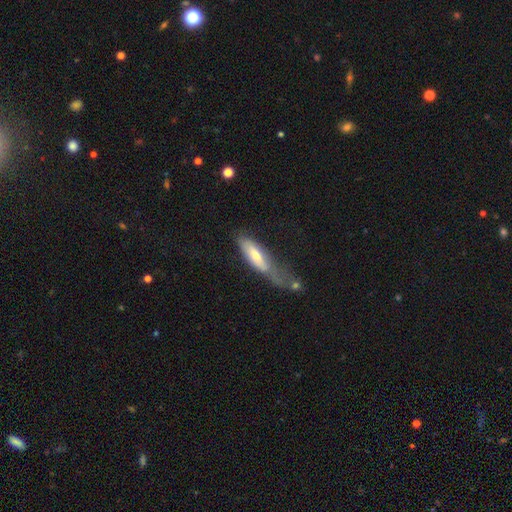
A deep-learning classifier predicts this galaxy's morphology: smooth_or_featured: smooth (p=0.53) [alt: featured or disk p=0.39]
how_rounded: cigar-shaped (p=0.61) [alt: in between p=0.37]
merging: major disturbance (p=0.37) [alt: minor disturbance p=0.27]